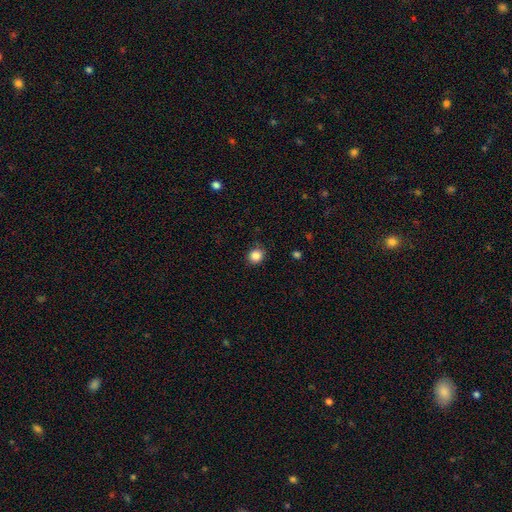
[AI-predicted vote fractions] A smooth galaxy with no disk features (86%) that is round (79%). Merging: none (85%).